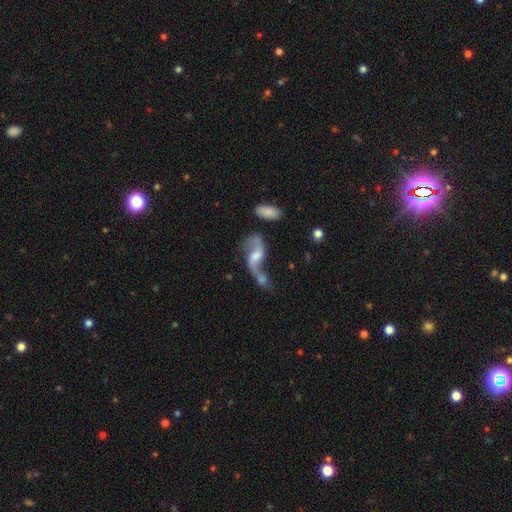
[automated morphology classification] This is likely a featured or disk galaxy (74%). It is clearly not viewed edge-on (94%). Bar: possibly weak (45%). Spiral arm pattern: clearly yes (87%). Spiral arm count: clearly 2 (85%). Spiral winding: clearly loose (85%). Central bulge: marginally moderate (39%). Merging: marginally merger (45%).